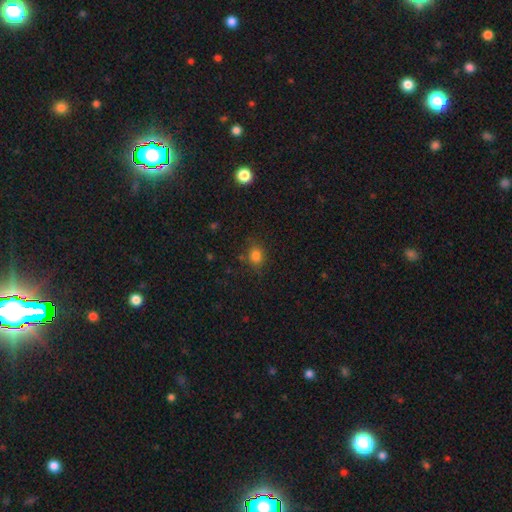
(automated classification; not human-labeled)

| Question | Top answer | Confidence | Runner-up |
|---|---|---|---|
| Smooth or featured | smooth | 79% | star or artifact (14%) |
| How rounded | round | 58% | in between (41%) |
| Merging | none | 76% | minor disturbance (16%) |